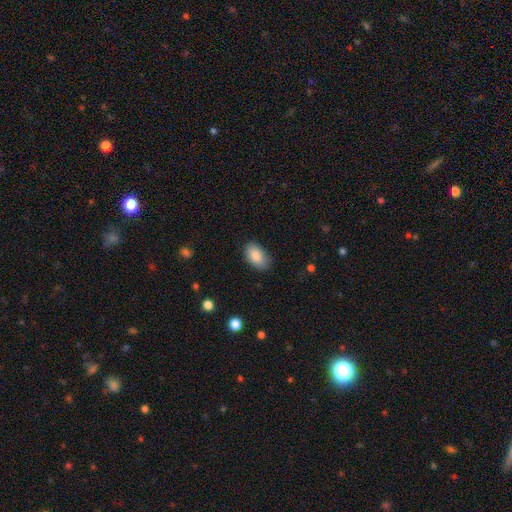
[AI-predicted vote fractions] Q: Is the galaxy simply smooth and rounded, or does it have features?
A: smooth — 86%.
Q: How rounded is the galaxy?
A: in between — 93%.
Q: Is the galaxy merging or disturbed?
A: none — 82%.